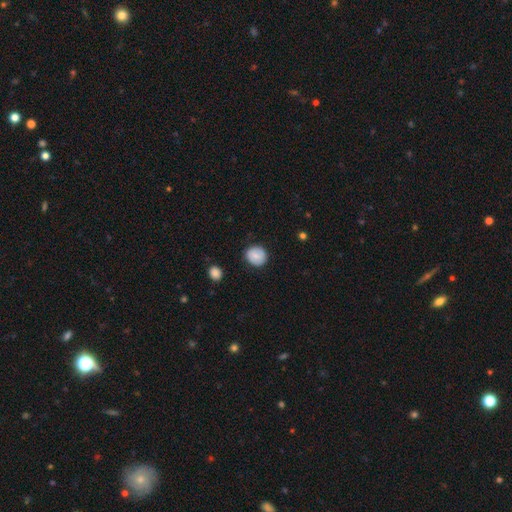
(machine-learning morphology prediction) The model was most divided on "smooth or featured": smooth: 74%, featured or disk: 18%, star or artifact: 8%. More confident: how rounded — round (85%); merging — none (82%).